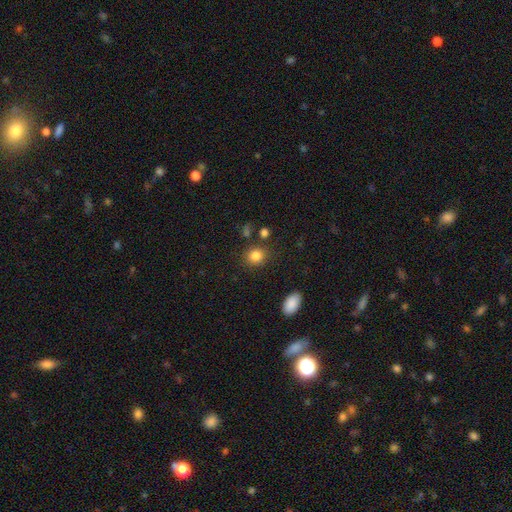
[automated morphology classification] Smooth or featured?
  - smooth: 85% *
  - star or artifact: 10%
  - featured or disk: 5%
How rounded?
  - round: 74% *
  - in between: 25%
  - cigar-shaped: 1%
Merging?
  - none: 82% *
  - minor disturbance: 10%
  - merger: 5%
  - major disturbance: 4%